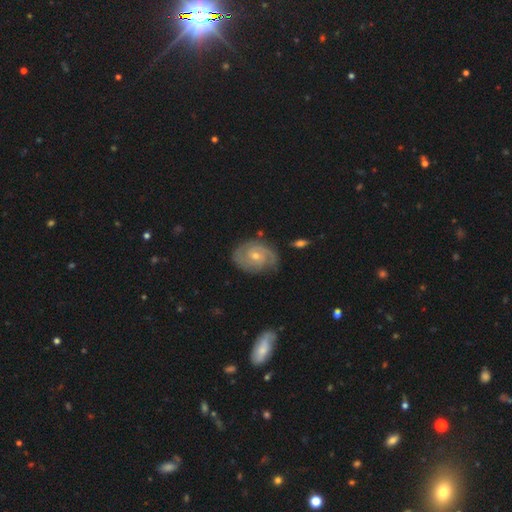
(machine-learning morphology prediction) This appears to be a featured or disk galaxy (79%) with no bar (69%), 2 (57%) tight (62%) spiral arms (93%) and a small central bulge (54%). Merging: none (77%).